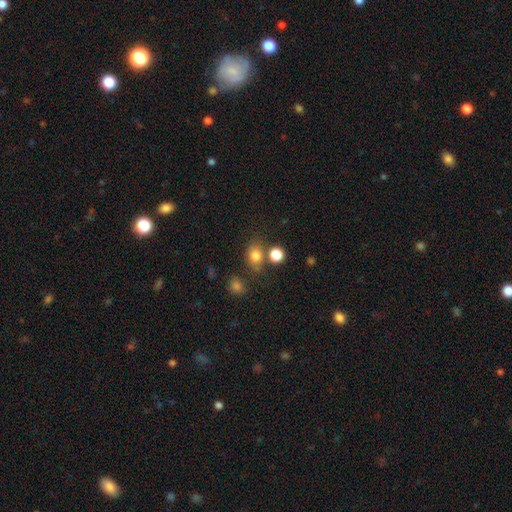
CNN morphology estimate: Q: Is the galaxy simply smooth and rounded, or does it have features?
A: smooth — 79%.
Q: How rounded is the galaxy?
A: round — 51%.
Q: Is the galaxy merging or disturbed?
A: none — 66%.